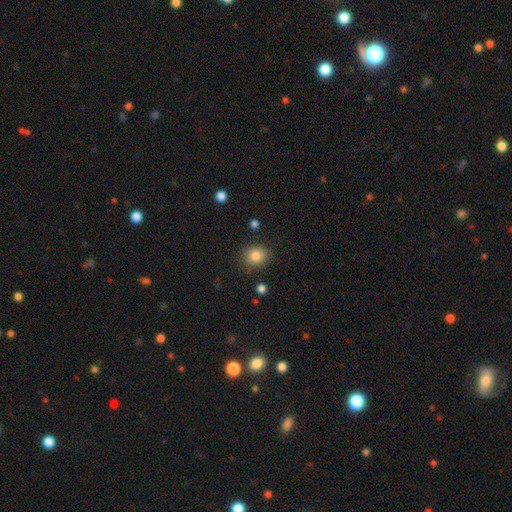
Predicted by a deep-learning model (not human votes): This appears to be a smooth galaxy with no disk features (84%) that is round (73%). Merging: none (84%).